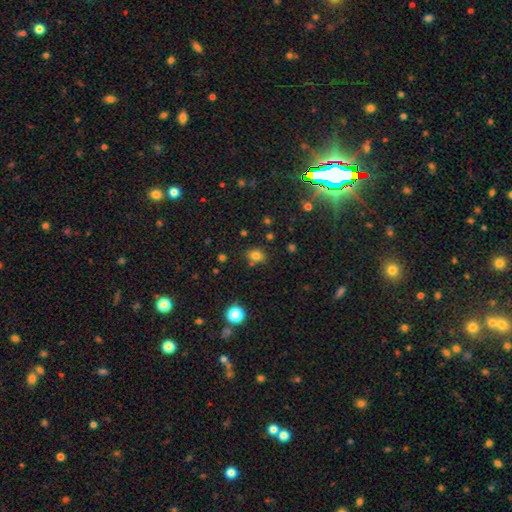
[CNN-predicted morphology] smooth_or_featured: smooth (p=0.76) [alt: star or artifact p=0.17]
how_rounded: in between (p=0.51) [alt: round p=0.48]
merging: none (p=0.71) [alt: minor disturbance p=0.15]